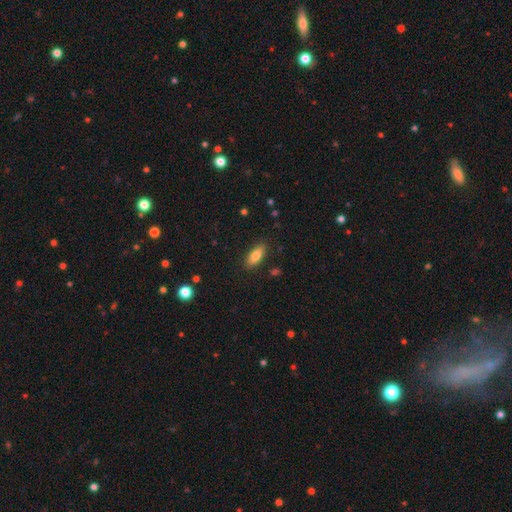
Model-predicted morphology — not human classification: A smooth galaxy with no disk features (79%) that is in between round and cigar-shaped (79%).

Vote fractions:
- Smooth or featured? smooth: 79% / featured or disk: 13% / star or artifact: 7%
- How rounded? in between: 79% / cigar-shaped: 19% / round: 3%
- Merging? none: 87% / minor disturbance: 10% / major disturbance: 2% / merger: 1%